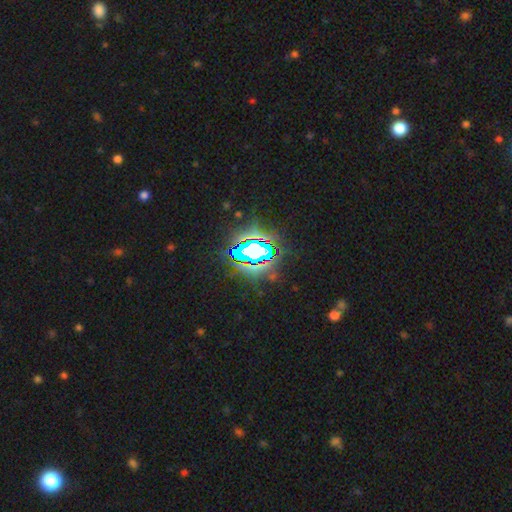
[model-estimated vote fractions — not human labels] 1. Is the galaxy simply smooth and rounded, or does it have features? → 78% star or artifact, 12% smooth, 10% featured or disk.